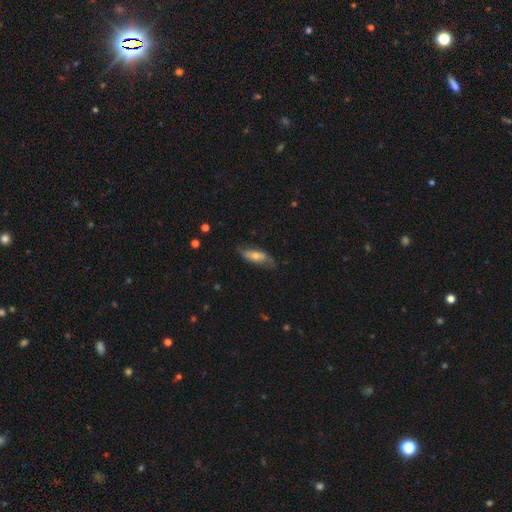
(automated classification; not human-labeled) A smooth galaxy with no disk features (50%) that is in between round and cigar-shaped (65%).

Vote fractions:
- Smooth or featured? smooth: 50% / featured or disk: 42% / star or artifact: 8%
- How rounded? in between: 65% / cigar-shaped: 33% / round: 3%
- Merging? none: 66% / minor disturbance: 24% / major disturbance: 8% / merger: 2%